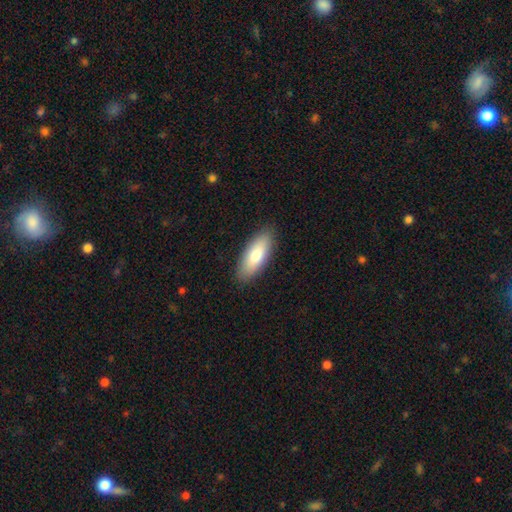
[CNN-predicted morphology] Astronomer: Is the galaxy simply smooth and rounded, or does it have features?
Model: smooth — 78%.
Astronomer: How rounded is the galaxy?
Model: in between — 78%.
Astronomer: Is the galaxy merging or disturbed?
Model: none — 88%.